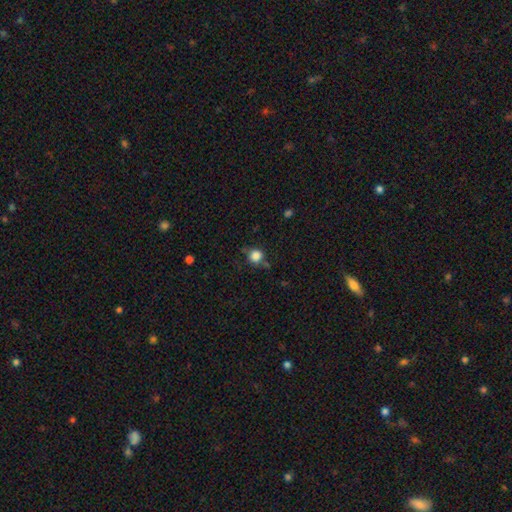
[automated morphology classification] A smooth galaxy with no disk features (84%) that is round (91%). Merging: none (72%).